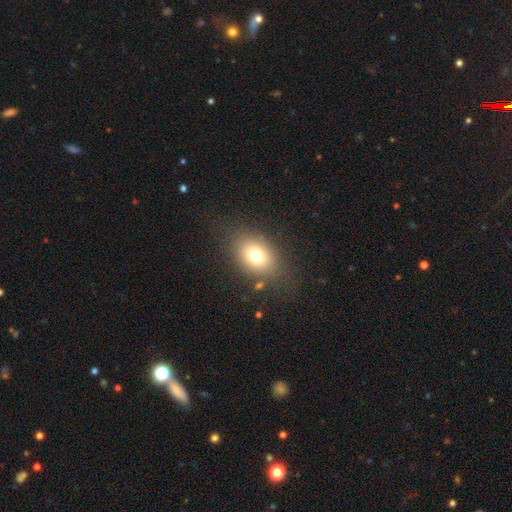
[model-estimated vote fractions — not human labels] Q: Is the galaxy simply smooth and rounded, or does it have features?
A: smooth — 75%.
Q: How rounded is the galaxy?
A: in between — 68%.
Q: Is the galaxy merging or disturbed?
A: none — 79%.